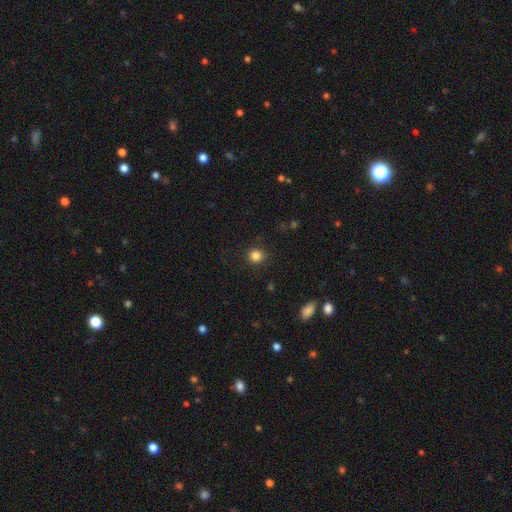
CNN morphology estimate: Smooth or featured: smooth — 84% (star or artifact — 12%)
How rounded: round — 86% (in between — 13%)
Merging: none — 88% (minor disturbance — 8%)